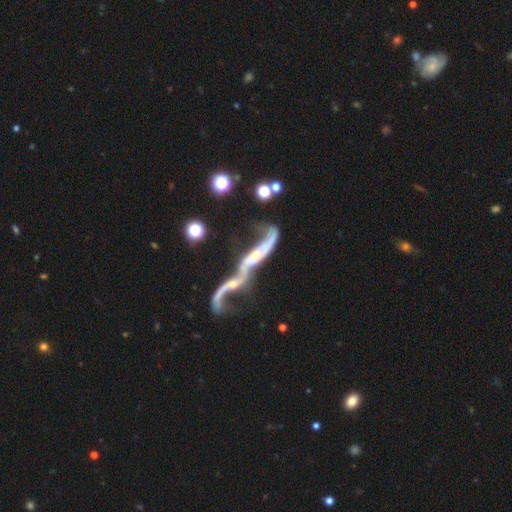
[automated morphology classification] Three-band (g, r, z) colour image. It shows a featured or disk galaxy (77%) with no bar (59%), spiral arms (73%) and a small central bulge (46%). Merging: merger (54%).